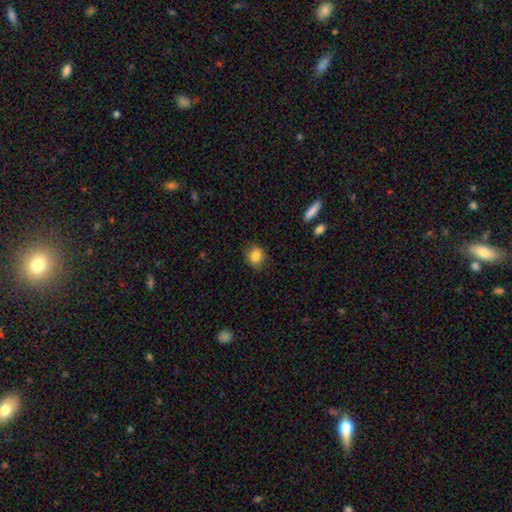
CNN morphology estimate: A smooth galaxy with no disk features (84%) that is round (71%).

Vote fractions:
- Smooth or featured? smooth: 84% / star or artifact: 9% / featured or disk: 6%
- How rounded? round: 71% / in between: 28% / cigar-shaped: 1%
- Merging? none: 82% / minor disturbance: 14% / major disturbance: 3% / merger: 1%